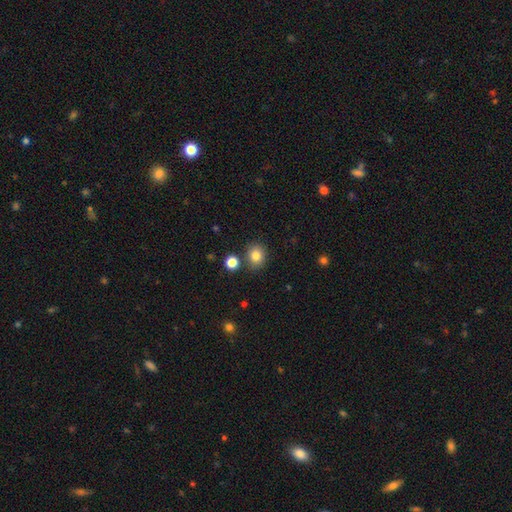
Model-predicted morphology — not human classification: Smooth or featured: smooth — 82% (star or artifact — 11%)
How rounded: round — 71% (in between — 28%)
Merging: none — 81% (minor disturbance — 9%)